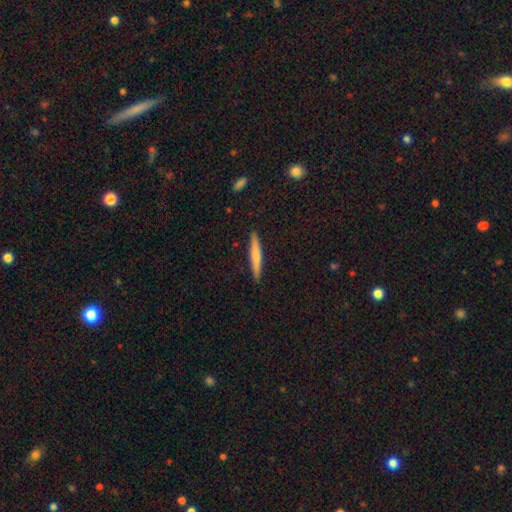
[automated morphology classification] Q: Smooth or featured?
A: smooth (56%); runner-up: featured or disk (38%)
Q: How rounded?
A: cigar-shaped (94%); runner-up: in between (5%)
Q: Merging?
A: none (91%); runner-up: minor disturbance (7%)